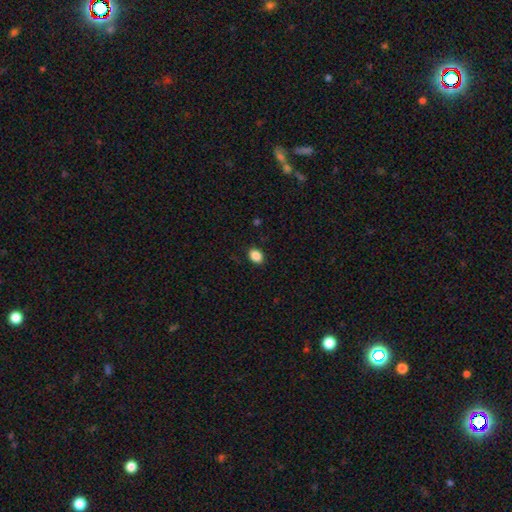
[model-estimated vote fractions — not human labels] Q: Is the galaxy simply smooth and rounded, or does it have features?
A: smooth — 88%.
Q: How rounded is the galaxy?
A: in between — 65%.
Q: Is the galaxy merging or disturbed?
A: none — 89%.